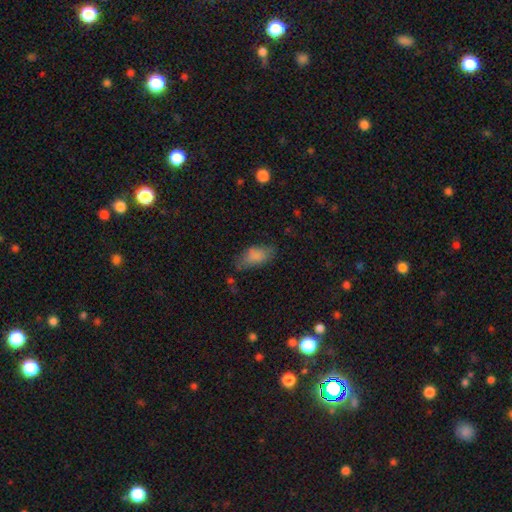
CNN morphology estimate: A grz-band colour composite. It shows a smooth galaxy with no disk features (80%) that is in between round and cigar-shaped (91%). Merging: none (52%).